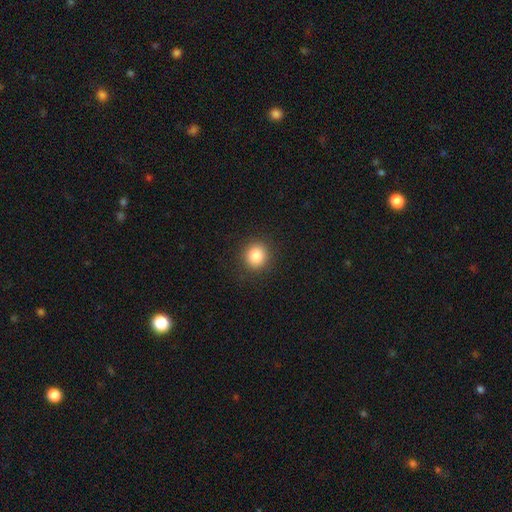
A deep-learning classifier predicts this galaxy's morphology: type=smooth (85%); roundness=round (89%); merging=none (91%).